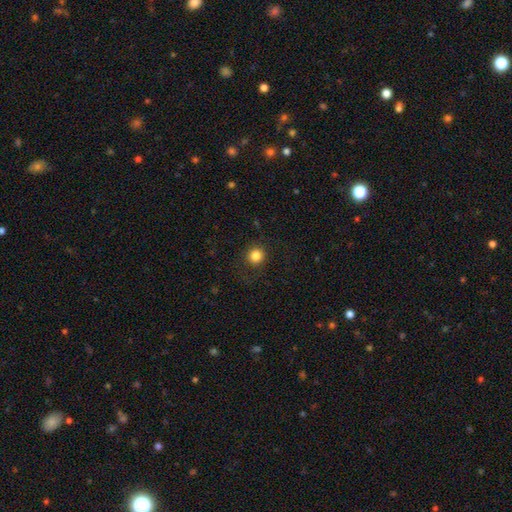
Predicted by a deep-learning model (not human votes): Smooth or featured?
  - smooth: 84% *
  - star or artifact: 11%
  - featured or disk: 5%
How rounded?
  - round: 93% *
  - in between: 6%
  - cigar-shaped: 1%
Merging?
  - none: 89% *
  - minor disturbance: 7%
  - major disturbance: 3%
  - merger: 1%